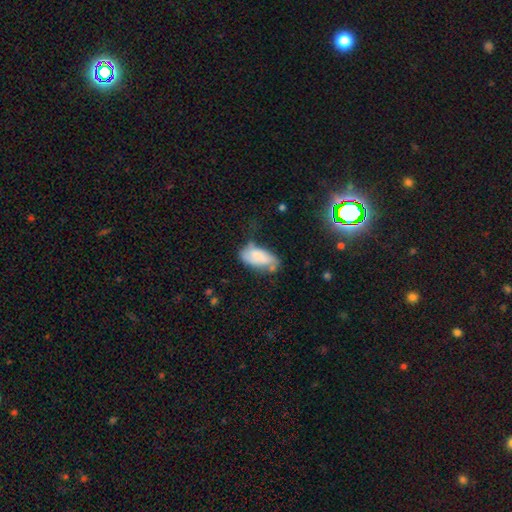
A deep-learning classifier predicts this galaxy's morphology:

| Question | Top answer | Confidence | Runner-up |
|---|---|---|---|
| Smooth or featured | smooth | 69% | featured or disk (24%) |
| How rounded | in between | 91% | cigar-shaped (6%) |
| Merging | none | 36% | minor disturbance (35%) |